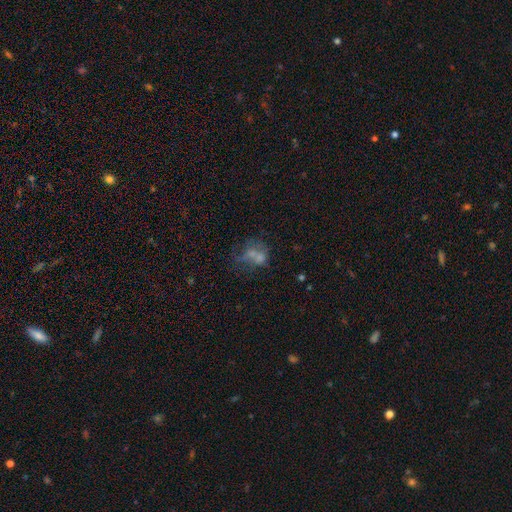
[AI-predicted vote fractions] Smooth or featured? Predicted: smooth (p=0.48). Merging? Predicted: merger (p=0.39).